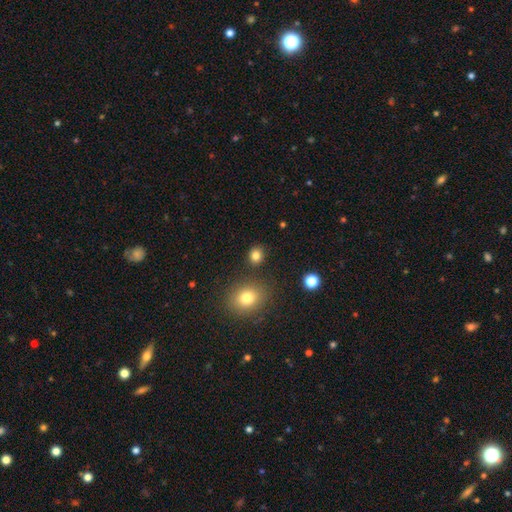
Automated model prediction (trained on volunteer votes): Smooth or featured: smooth — 82% (star or artifact — 13%)
How rounded: round — 76% (in between — 23%)
Merging: none — 86% (minor disturbance — 7%)